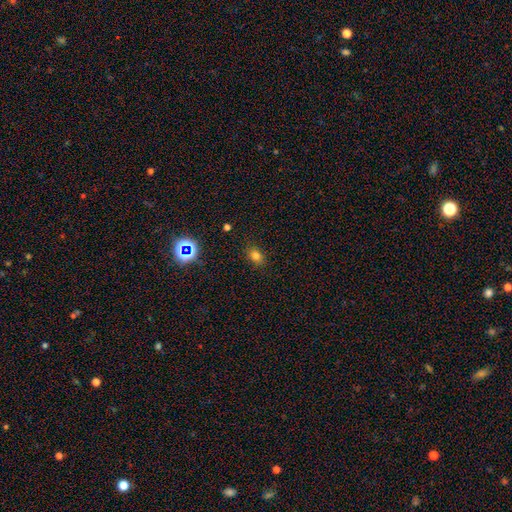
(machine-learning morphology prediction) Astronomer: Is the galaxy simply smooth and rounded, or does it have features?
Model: smooth — 74%.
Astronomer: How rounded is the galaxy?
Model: in between — 63%.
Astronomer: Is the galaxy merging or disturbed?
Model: none — 85%.